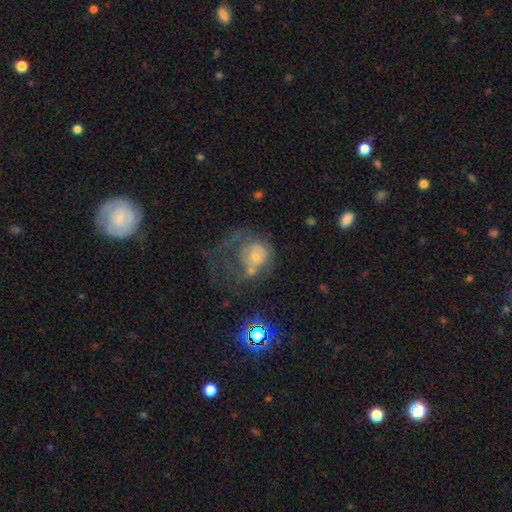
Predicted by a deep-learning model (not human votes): Smooth or featured?
  - featured or disk: 52% *
  - smooth: 35%
  - star or artifact: 13%
Edge-on disk?
  - no: 97% *
  - yes: 3%
Bar?
  - no: 82% *
  - weak: 15%
  - strong: 3%
Spiral arms?
  - no: 52% *
  - yes: 48%
Bulge size?
  - small: 42% *
  - moderate: 36%
  - none: 12%
  - large: 8%
  - dominant: 3%
Merging?
  - major disturbance: 47% *
  - none: 25%
  - minor disturbance: 16%
  - merger: 12%